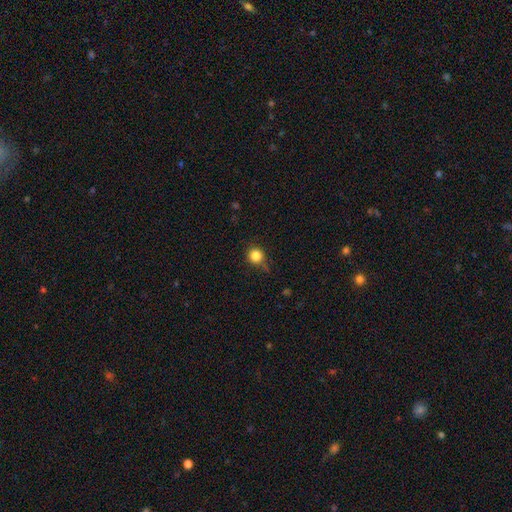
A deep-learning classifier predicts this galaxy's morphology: A smooth galaxy with no disk features (83%) that is round (92%). Merging: none (75%).